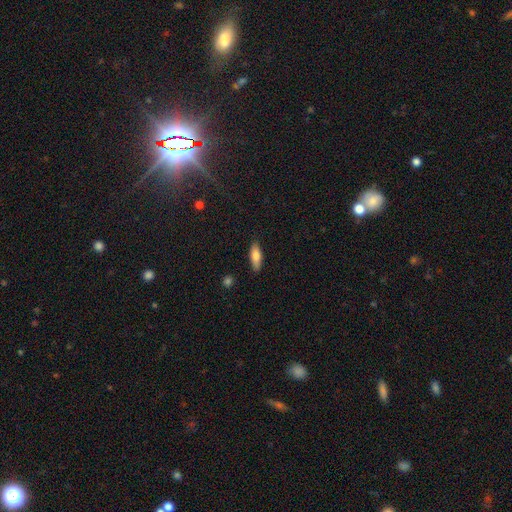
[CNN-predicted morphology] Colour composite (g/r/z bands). It shows a smooth galaxy with no disk features (77%) that is in between round and cigar-shaped (56%). Merging: none (86%).